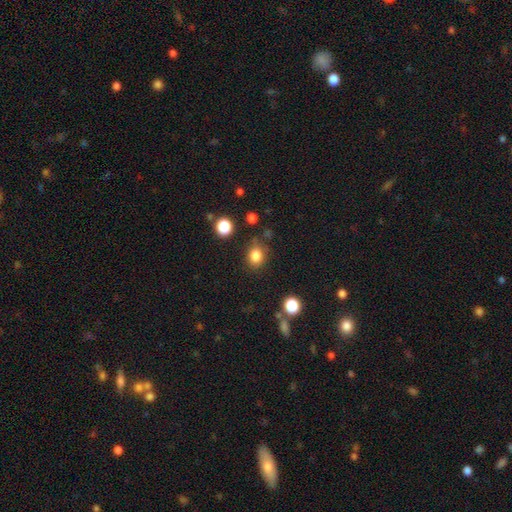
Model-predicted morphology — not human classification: This appears to be a smooth galaxy with no disk features (82%) that is round (58%). Merging: none (75%).